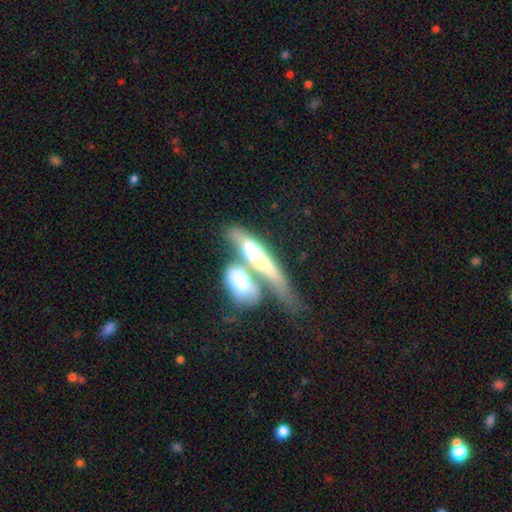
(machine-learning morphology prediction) type=smooth (49%); merging=merger (64%).